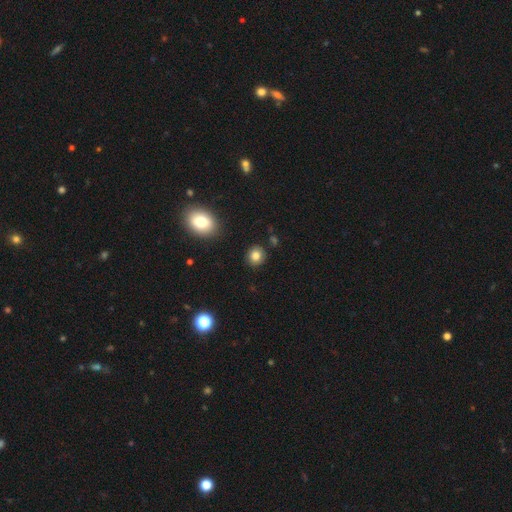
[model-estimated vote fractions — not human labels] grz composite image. It shows a smooth galaxy with no disk features (82%) that is round (84%). Merging: none (88%).